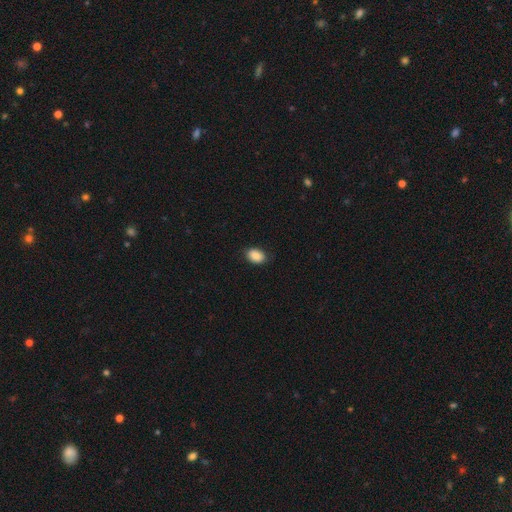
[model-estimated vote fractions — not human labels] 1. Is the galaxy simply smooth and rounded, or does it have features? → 89% smooth, 7% star or artifact, 3% featured or disk.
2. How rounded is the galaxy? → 78% in between, 21% round, 1% cigar-shaped.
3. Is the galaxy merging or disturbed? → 85% none, 11% minor disturbance, 2% major disturbance, 1% merger.